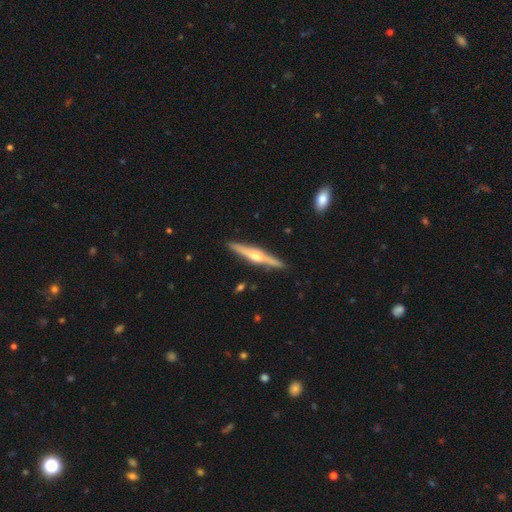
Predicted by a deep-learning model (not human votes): smooth-or-featured: featured or disk: 78% | smooth: 17% | star or artifact: 5%
  disk-edge-on: yes: 98% | no: 2%
    edge-on-bulge: rounded: 91% | boxy: 6% | none: 4%
  merging: none: 90% | minor disturbance: 7% | major disturbance: 1% | merger: 1%